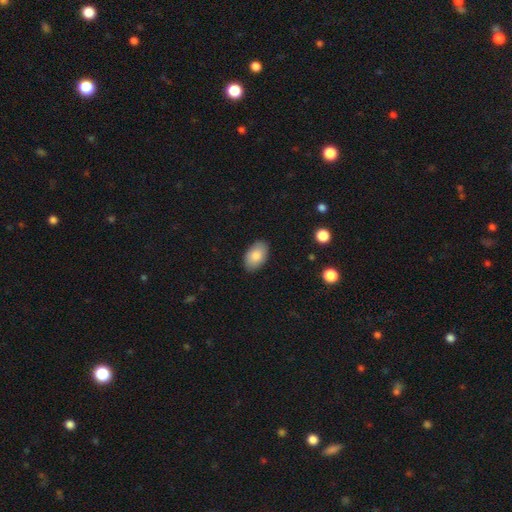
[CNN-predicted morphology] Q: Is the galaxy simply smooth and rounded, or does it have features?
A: smooth — 84%.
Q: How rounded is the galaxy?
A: in between — 92%.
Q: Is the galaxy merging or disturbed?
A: none — 87%.